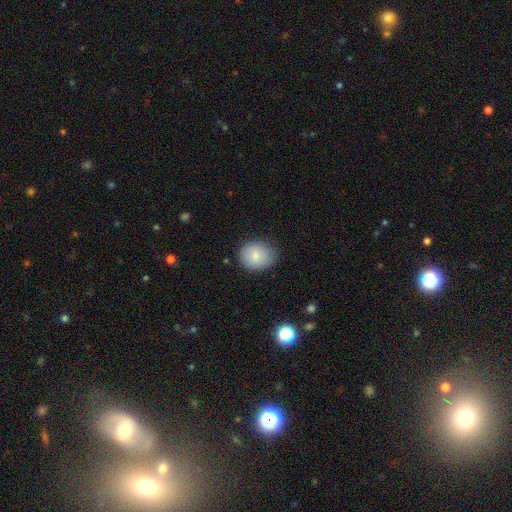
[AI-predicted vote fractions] Smooth or featured? Predicted: smooth (p=0.82). How rounded? Predicted: round (p=0.63). Merging? Predicted: none (p=0.79).